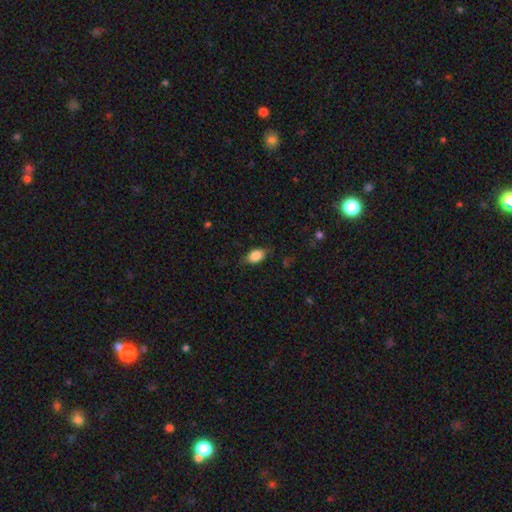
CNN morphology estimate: type=smooth (84%); roundness=in between (87%); merging=none (77%).